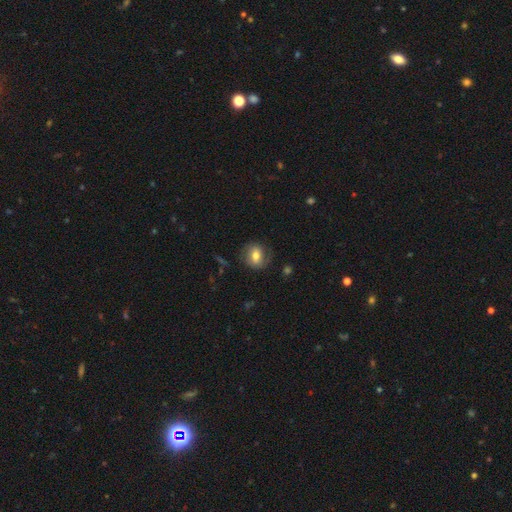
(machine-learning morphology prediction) This appears to be a smooth galaxy with no disk features (62%) that is round (62%). Merging: none (74%).